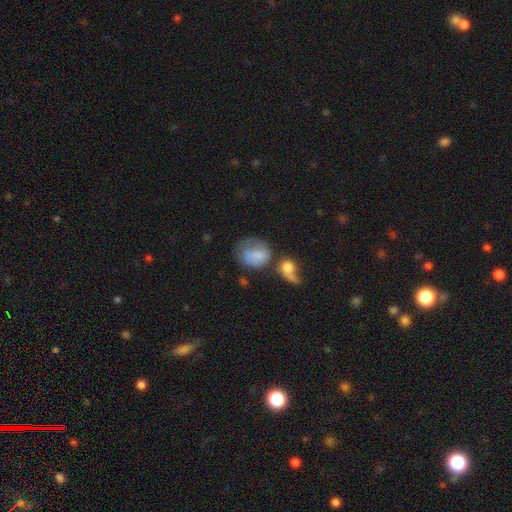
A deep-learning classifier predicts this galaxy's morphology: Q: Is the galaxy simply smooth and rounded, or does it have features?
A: smooth — 64%.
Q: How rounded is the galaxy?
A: round — 58%.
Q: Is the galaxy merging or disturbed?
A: none — 30%.